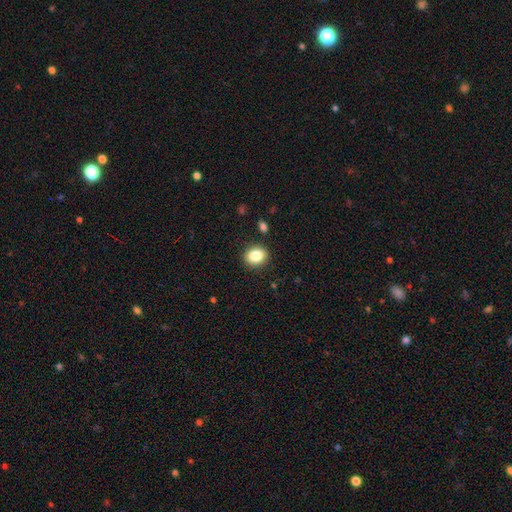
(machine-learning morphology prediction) Smooth or featured? smooth (85%)
How rounded? round (53%)
Merging? none (88%)